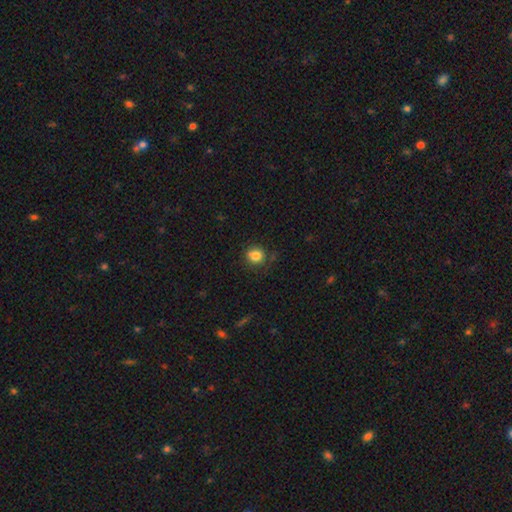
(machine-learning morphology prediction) Smooth or featured: smooth — 83% (star or artifact — 11%)
How rounded: round — 79% (in between — 20%)
Merging: none — 78% (minor disturbance — 15%)